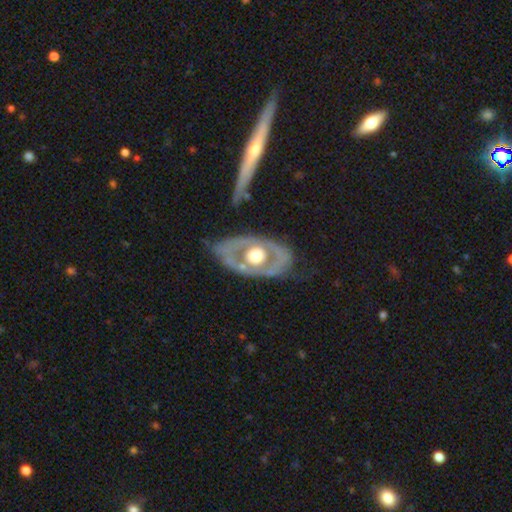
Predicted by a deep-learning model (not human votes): This is likely a featured or disk galaxy (70%). It is clearly not viewed edge-on (91%). Bar: clearly no (89%). Spiral arm pattern: likely no (79%). Central bulge: possibly moderate (53%). Merging: likely none (67%).